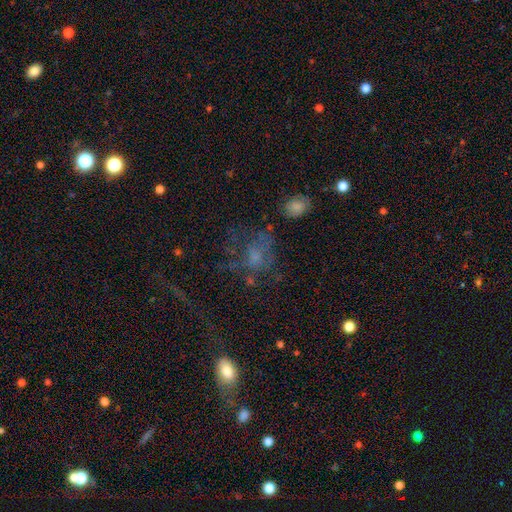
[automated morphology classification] Smooth or featured: featured or disk — 38% (smooth — 37%)
Merging: major disturbance — 39% (none — 38%)